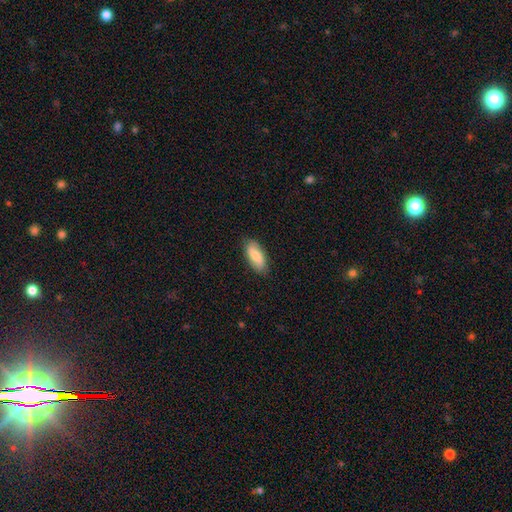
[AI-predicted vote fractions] This is likely a smooth galaxy (77%). How rounded: clearly in between (83%). Merging: clearly none (84%).